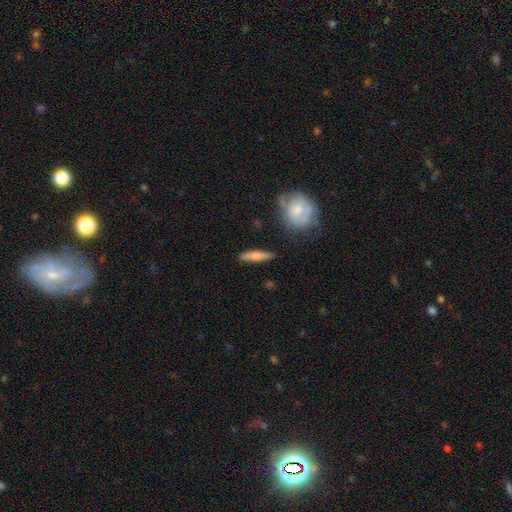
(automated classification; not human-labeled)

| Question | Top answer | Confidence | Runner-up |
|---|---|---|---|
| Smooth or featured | smooth | 69% | featured or disk (25%) |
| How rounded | cigar-shaped | 82% | in between (16%) |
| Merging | none | 84% | minor disturbance (11%) |